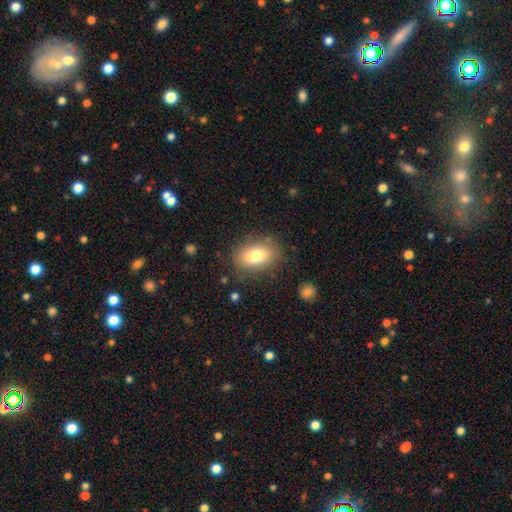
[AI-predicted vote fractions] Smooth or featured: smooth — 79% (featured or disk — 12%)
How rounded: in between — 78% (round — 20%)
Merging: none — 80% (minor disturbance — 13%)